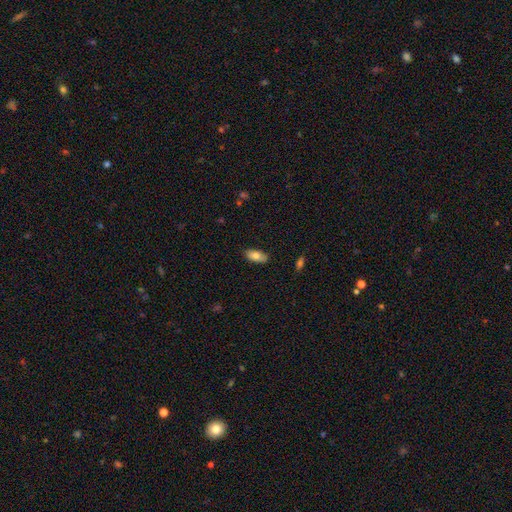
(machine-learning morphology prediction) A smooth galaxy with no disk features (78%) that is in between round and cigar-shaped (88%). Merging: none (86%).